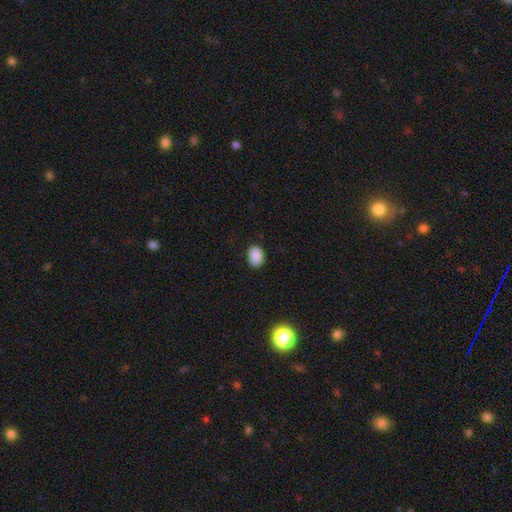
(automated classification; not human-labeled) Q: Smooth or featured?
A: smooth (89%); runner-up: star or artifact (8%)
Q: How rounded?
A: in between (77%); runner-up: round (22%)
Q: Merging?
A: none (84%); runner-up: minor disturbance (13%)